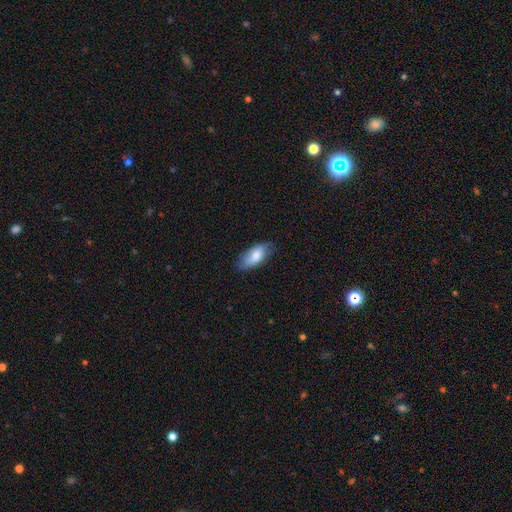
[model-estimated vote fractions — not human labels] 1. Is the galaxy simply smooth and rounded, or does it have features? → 75% smooth, 19% featured or disk, 6% star or artifact.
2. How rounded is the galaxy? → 86% in between, 11% cigar-shaped, 3% round.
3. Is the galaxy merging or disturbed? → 67% none, 26% minor disturbance, 5% major disturbance, 1% merger.